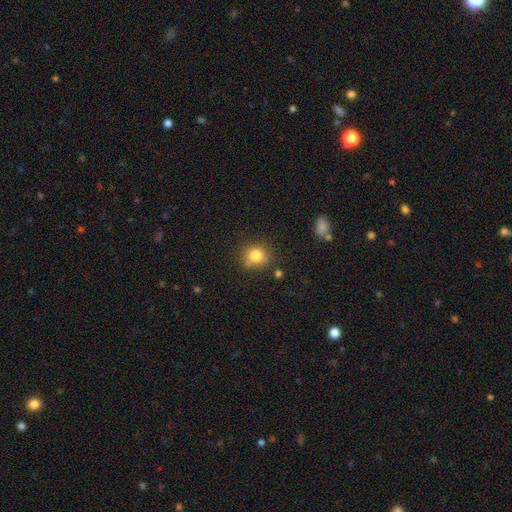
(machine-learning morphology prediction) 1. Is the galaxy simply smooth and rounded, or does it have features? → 82% smooth, 11% star or artifact, 7% featured or disk.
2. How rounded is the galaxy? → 83% round, 16% in between, 1% cigar-shaped.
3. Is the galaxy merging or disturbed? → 76% none, 14% minor disturbance, 6% merger, 4% major disturbance.